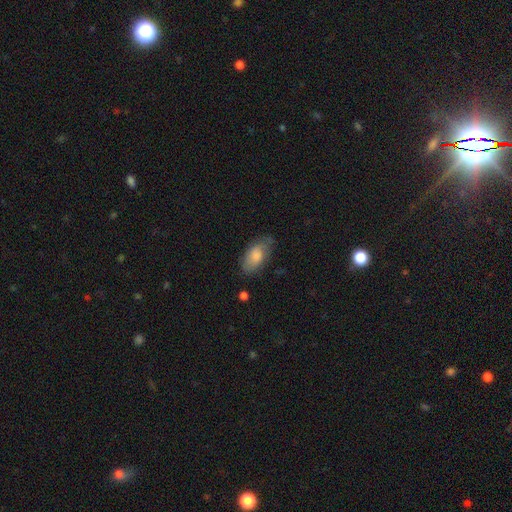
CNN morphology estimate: This appears to be a smooth galaxy with no disk features (78%) that is in between round and cigar-shaped (92%). Merging: none (64%).